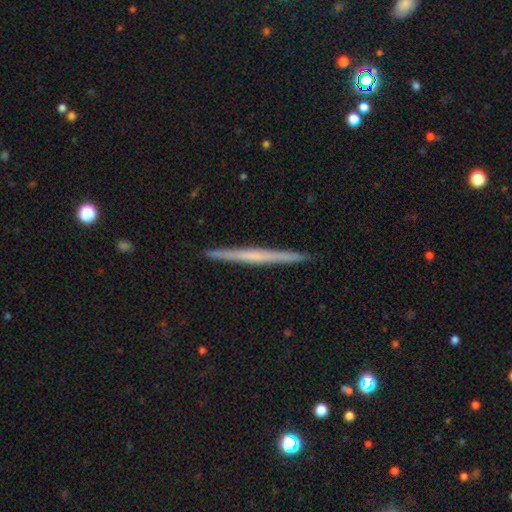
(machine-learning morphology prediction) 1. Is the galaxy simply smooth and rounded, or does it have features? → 56% featured or disk, 38% smooth, 6% star or artifact.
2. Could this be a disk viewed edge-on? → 98% yes, 2% no.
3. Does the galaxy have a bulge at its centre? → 81% none, 13% rounded, 5% boxy.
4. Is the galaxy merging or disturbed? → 93% none, 5% minor disturbance, 1% major disturbance, 1% merger.